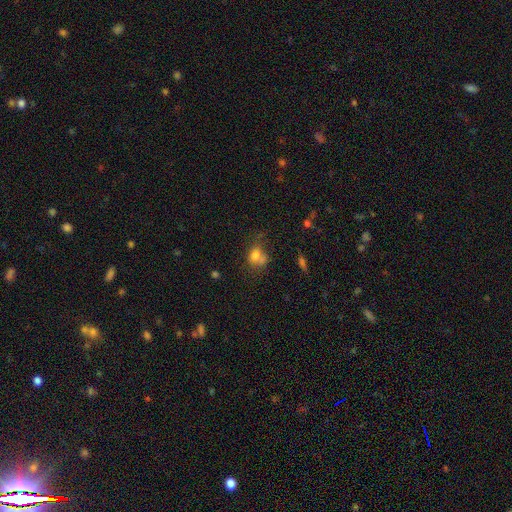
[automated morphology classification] type=smooth (73%); roundness=round (49%, tied with in between); merging=none (36%).